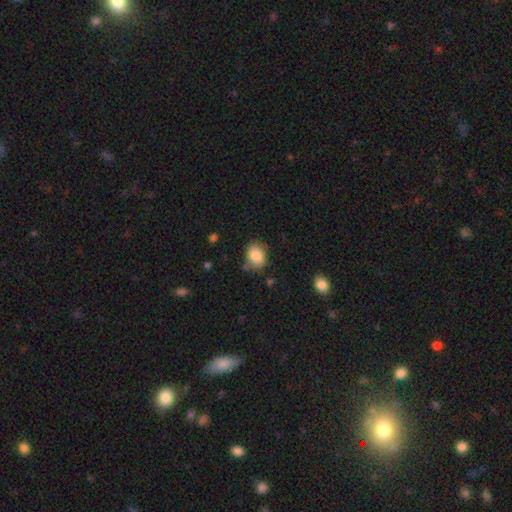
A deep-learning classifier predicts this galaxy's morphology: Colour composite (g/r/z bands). It shows a smooth galaxy with no disk features (83%) that is in between round and cigar-shaped (53%). Merging: none (66%).